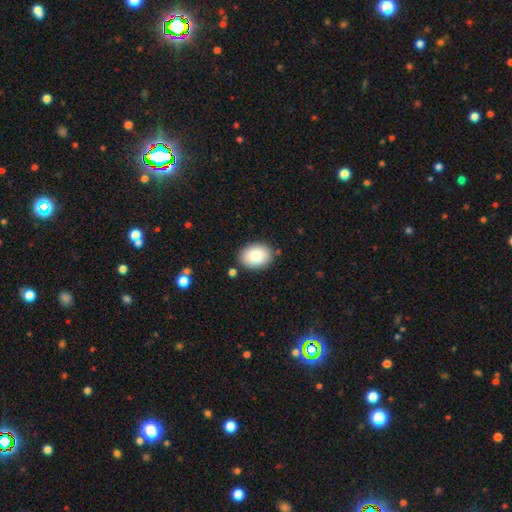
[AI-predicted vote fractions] A smooth galaxy with no disk features (81%) that is in between round and cigar-shaped (64%). Merging: none (85%).